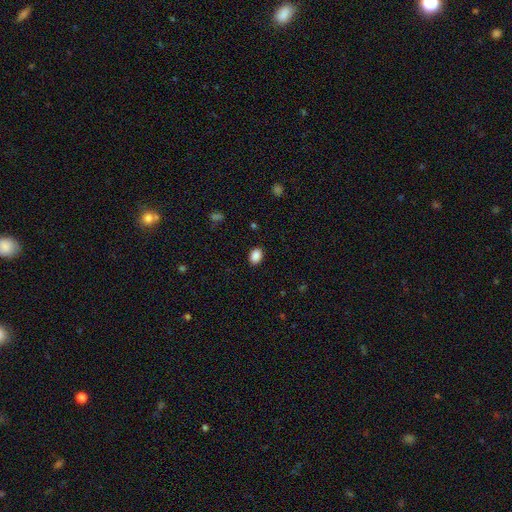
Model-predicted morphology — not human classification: Smooth or featured? smooth (89%)
How rounded? in between (72%)
Merging? none (89%)